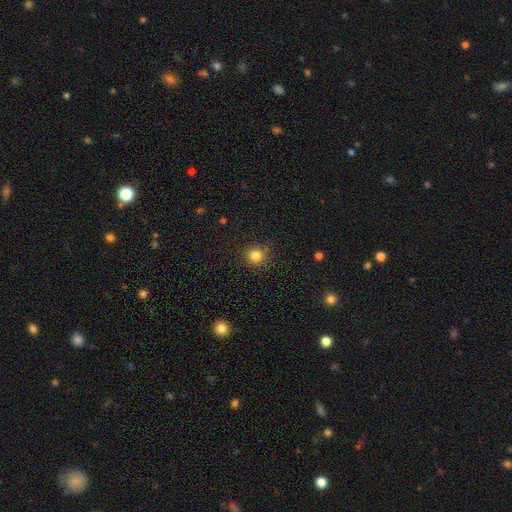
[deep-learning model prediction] smooth-or-featured: smooth: 83% | star or artifact: 13% | featured or disk: 4%
  how-rounded: round: 92% | in between: 7% | cigar-shaped: 1%
  merging: none: 86% | minor disturbance: 9% | major disturbance: 3% | merger: 2%